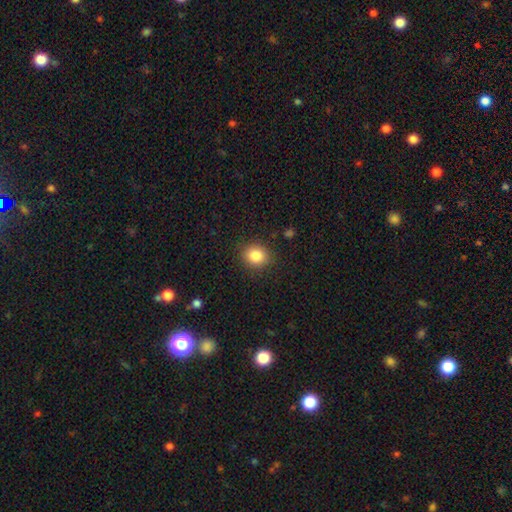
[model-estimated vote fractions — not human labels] A smooth galaxy with no disk features (84%) that is round (68%). Merging: none (89%).